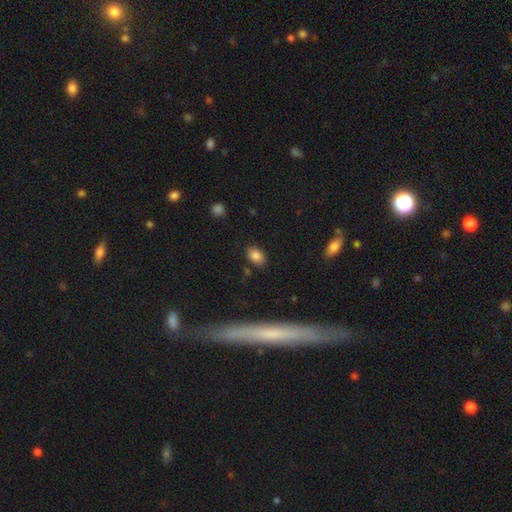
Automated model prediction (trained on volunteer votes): smooth_or_featured: smooth (p=0.83) [alt: star or artifact p=0.10]
how_rounded: in between (p=0.84) [alt: round p=0.14]
merging: none (p=0.83) [alt: minor disturbance p=0.12]